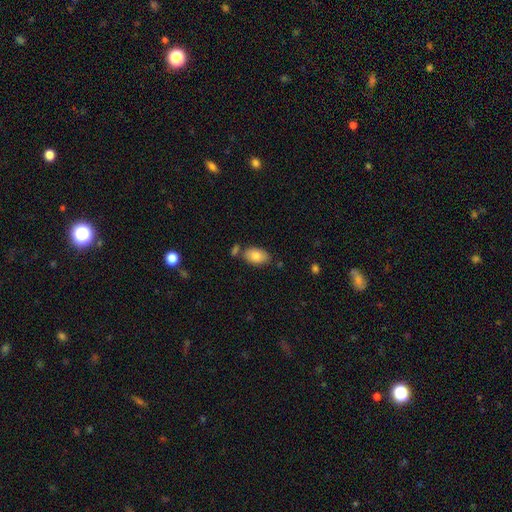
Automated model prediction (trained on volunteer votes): smooth_or_featured: smooth (p=0.83) [alt: featured or disk p=0.10]
how_rounded: in between (p=0.92) [alt: round p=0.06]
merging: none (p=0.71) [alt: minor disturbance p=0.15]